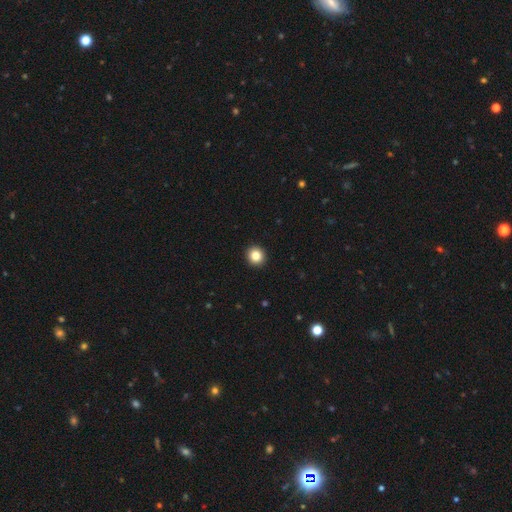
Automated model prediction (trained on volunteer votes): smooth_or_featured: smooth (p=0.85) [alt: star or artifact p=0.10]
how_rounded: round (p=0.92) [alt: in between p=0.07]
merging: none (p=0.94) [alt: minor disturbance p=0.04]